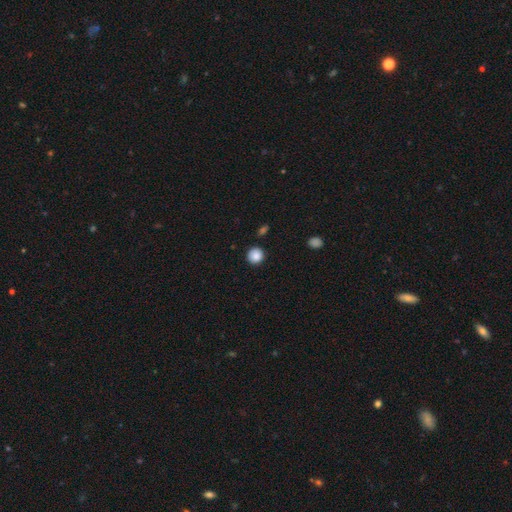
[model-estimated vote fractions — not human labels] Q: Smooth or featured?
A: smooth (87%); runner-up: star or artifact (9%)
Q: How rounded?
A: round (93%); runner-up: in between (6%)
Q: Merging?
A: none (89%); runner-up: minor disturbance (7%)